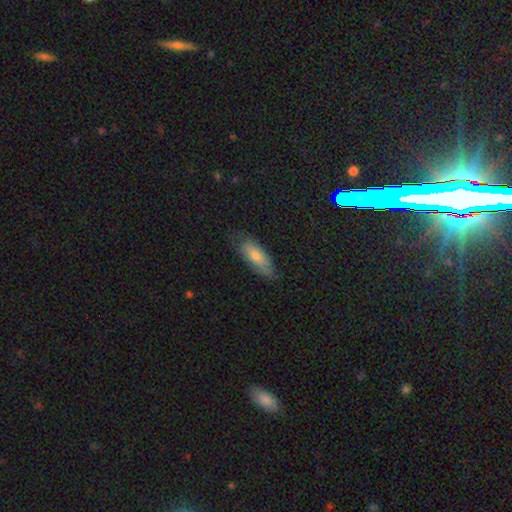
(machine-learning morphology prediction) smooth 67%, featured or disk 24%, star or artifact 8%. Down the decision tree: how rounded — in between (69%); merging — none (72%).